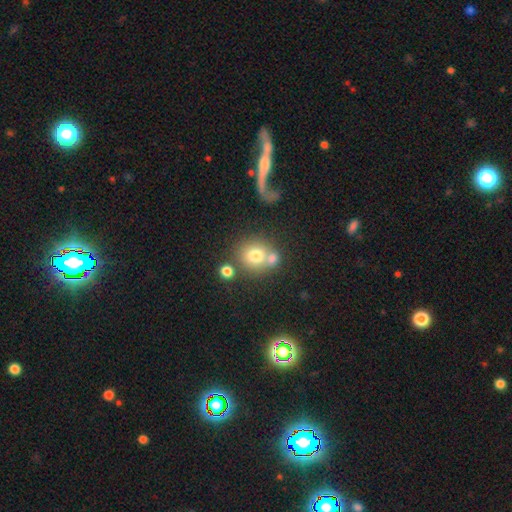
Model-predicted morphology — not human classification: A smooth galaxy with no disk features (73%) that is round (84%).

Vote fractions:
- Smooth or featured? smooth: 73% / featured or disk: 16% / star or artifact: 11%
- How rounded? round: 84% / in between: 15% / cigar-shaped: 1%
- Merging? none: 50% / merger: 33% / minor disturbance: 11% / major disturbance: 7%